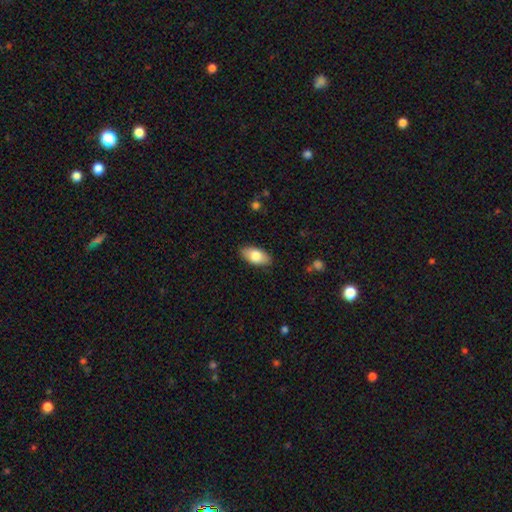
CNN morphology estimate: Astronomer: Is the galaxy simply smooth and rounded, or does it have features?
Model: smooth — 78%.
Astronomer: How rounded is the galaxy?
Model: in between — 92%.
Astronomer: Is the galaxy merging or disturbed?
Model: none — 86%.